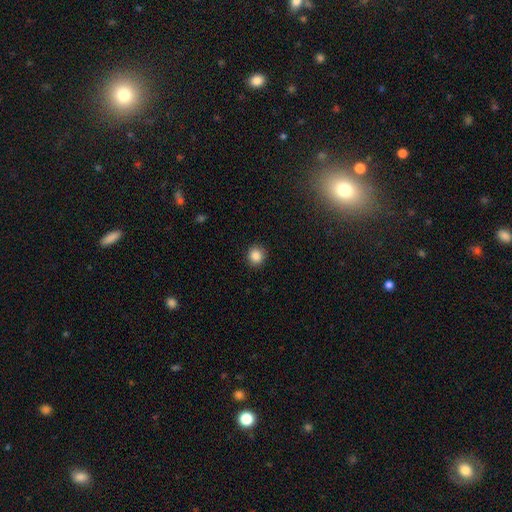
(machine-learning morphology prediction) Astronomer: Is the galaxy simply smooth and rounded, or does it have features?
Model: smooth — 87%.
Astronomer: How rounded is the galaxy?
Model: round — 89%.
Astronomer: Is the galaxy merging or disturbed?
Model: none — 91%.